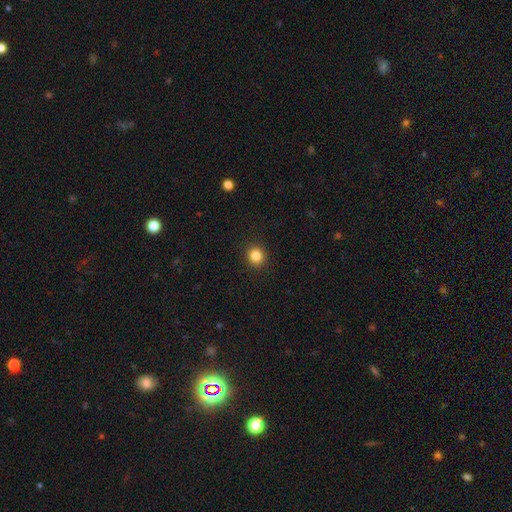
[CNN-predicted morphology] smooth 84%, star or artifact 11%, featured or disk 4%. Down the decision tree: how rounded — round (89%); merging — none (92%).